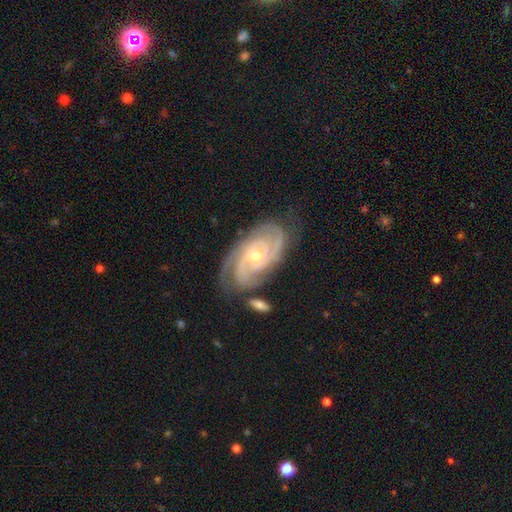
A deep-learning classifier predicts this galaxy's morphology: This appears to be a featured or disk galaxy (90%) with no bar (59%), 3 (38%) tight (65%) spiral arms (98%) and a small central bulge (63%). Merging: none (70%).